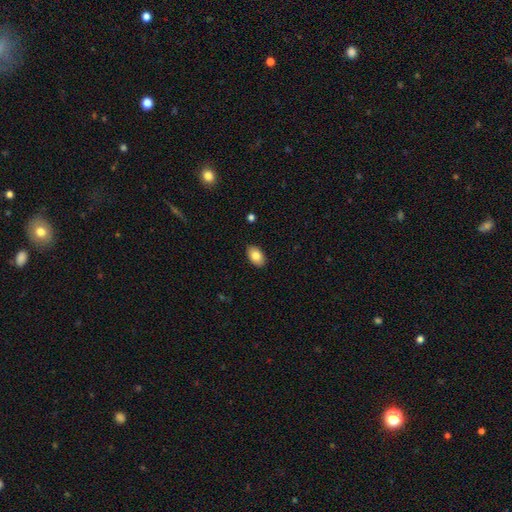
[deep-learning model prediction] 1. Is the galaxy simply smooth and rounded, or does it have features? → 83% smooth, 10% featured or disk, 7% star or artifact.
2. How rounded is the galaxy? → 92% in between, 7% round, 1% cigar-shaped.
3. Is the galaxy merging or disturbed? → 89% none, 8% minor disturbance, 2% major disturbance, 1% merger.